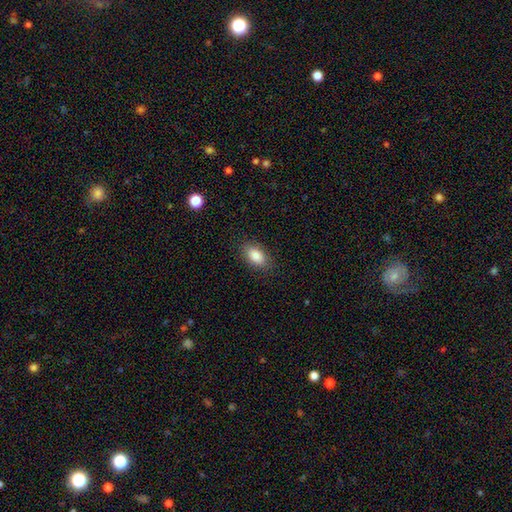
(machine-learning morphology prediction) Overall: smooth (85%). How rounded: in between (91%). Merging: none (87%).